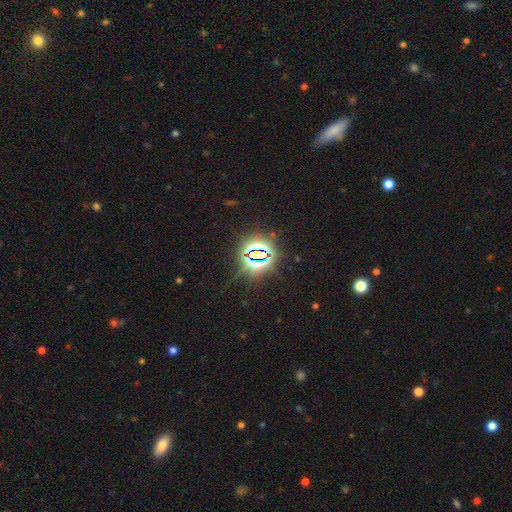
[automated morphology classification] Q: Smooth or featured?
A: star or artifact (81%); runner-up: smooth (12%)